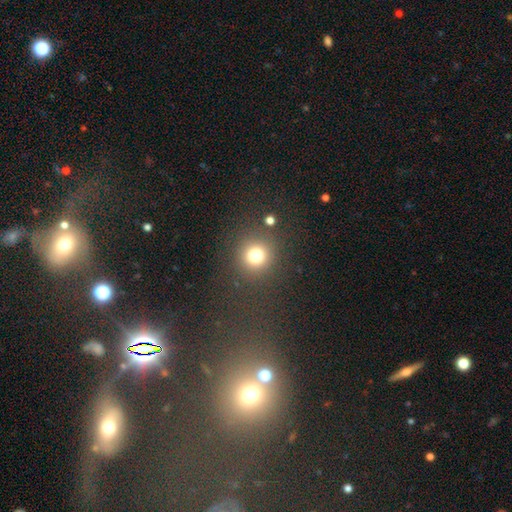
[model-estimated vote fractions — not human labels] A smooth galaxy with no disk features (76%) that is round (93%). Merging: none (85%).